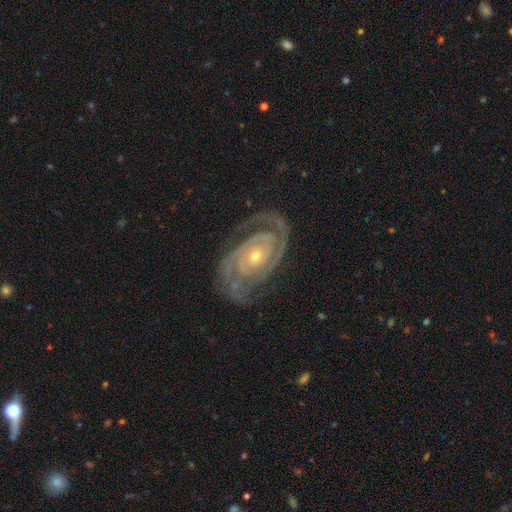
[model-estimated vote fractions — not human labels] Smooth or featured?
  - featured or disk: 91% *
  - star or artifact: 5%
  - smooth: 3%
Edge-on disk?
  - no: 97% *
  - yes: 3%
Bar?
  - no: 70% *
  - weak: 20%
  - strong: 10%
Spiral arms?
  - yes: 98% *
  - no: 2%
Spiral winding?
  - tight: 72% *
  - medium: 24%
  - loose: 3%
Spiral arm count?
  - 2: 75% *
  - 3: 10%
  - can't tell: 6%
  - 4: 3%
  - 1: 3%
  - more than 4: 3%
Bulge size?
  - small: 58% *
  - moderate: 39%
  - large: 1%
  - none: 1%
  - dominant: 1%
Merging?
  - none: 79% *
  - minor disturbance: 14%
  - major disturbance: 5%
  - merger: 1%